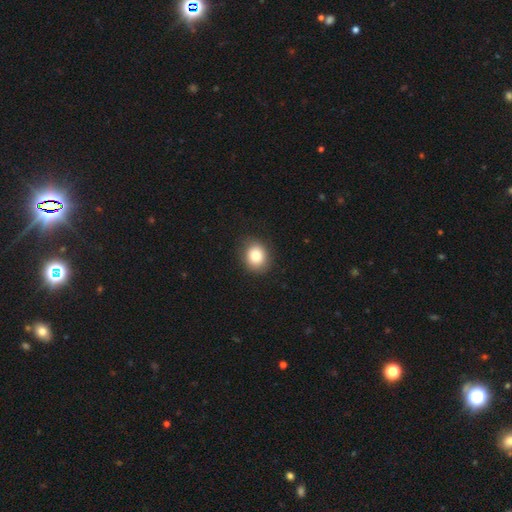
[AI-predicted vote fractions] A smooth galaxy with no disk features (84%) that is round (63%).

Vote fractions:
- Smooth or featured? smooth: 84% / star or artifact: 9% / featured or disk: 7%
- How rounded? round: 63% / in between: 36% / cigar-shaped: 1%
- Merging? none: 87% / minor disturbance: 9% / major disturbance: 2% / merger: 1%